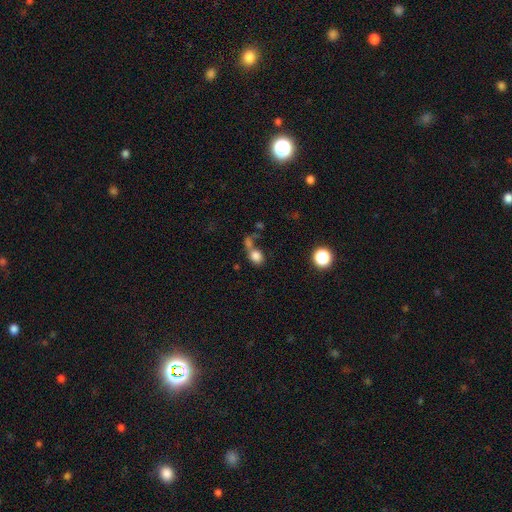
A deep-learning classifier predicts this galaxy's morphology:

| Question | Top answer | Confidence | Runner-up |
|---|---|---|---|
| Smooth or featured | smooth | 79% | star or artifact (12%) |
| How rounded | round | 56% | in between (43%) |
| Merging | merger | 43% | none (38%) |